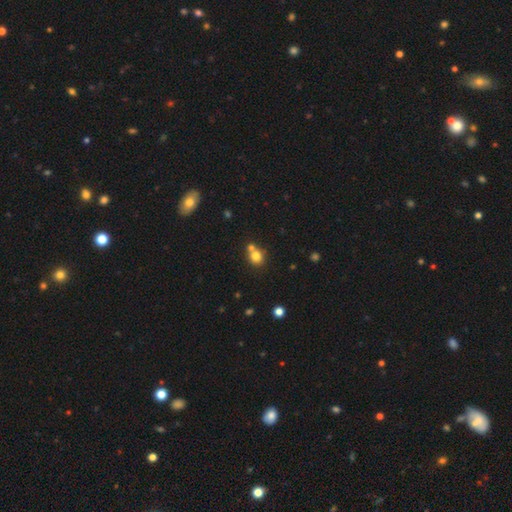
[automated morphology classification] A smooth galaxy with no disk features (78%) that is round (76%). Merging: none (49%).